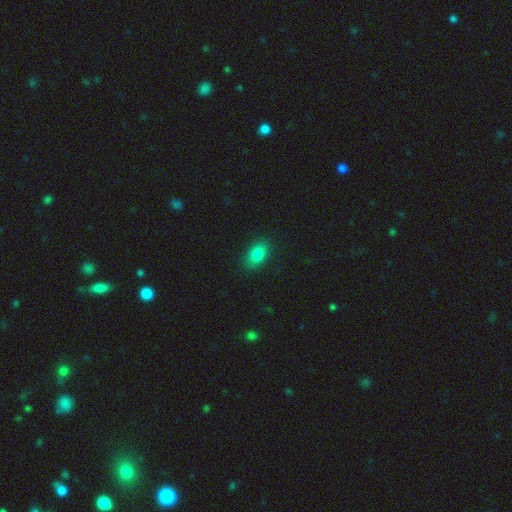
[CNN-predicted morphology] Overall: smooth (83%). How rounded: in between (86%). Merging: none (85%).